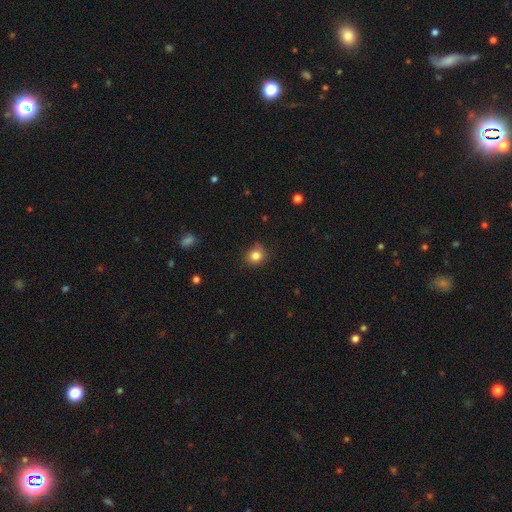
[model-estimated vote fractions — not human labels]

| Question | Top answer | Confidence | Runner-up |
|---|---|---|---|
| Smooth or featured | smooth | 83% | star or artifact (11%) |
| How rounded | round | 76% | in between (24%) |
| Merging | none | 79% | minor disturbance (16%) |